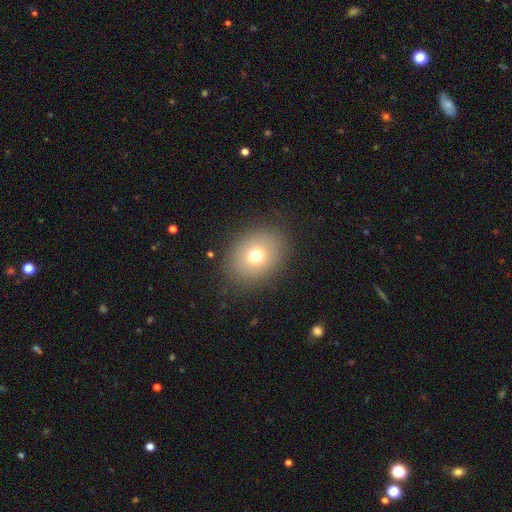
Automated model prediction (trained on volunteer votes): Q: Smooth or featured?
A: smooth (71%); runner-up: featured or disk (15%)
Q: How rounded?
A: round (52%); runner-up: in between (47%)
Q: Merging?
A: none (86%); runner-up: minor disturbance (9%)